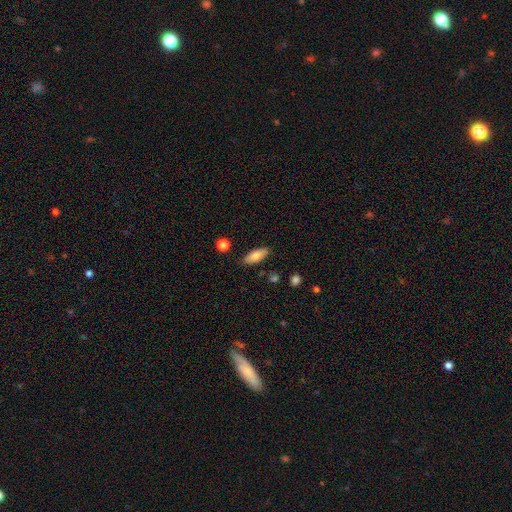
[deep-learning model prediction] Morphology: type=smooth (79%); roundness=in between (76%); merging=none (85%).